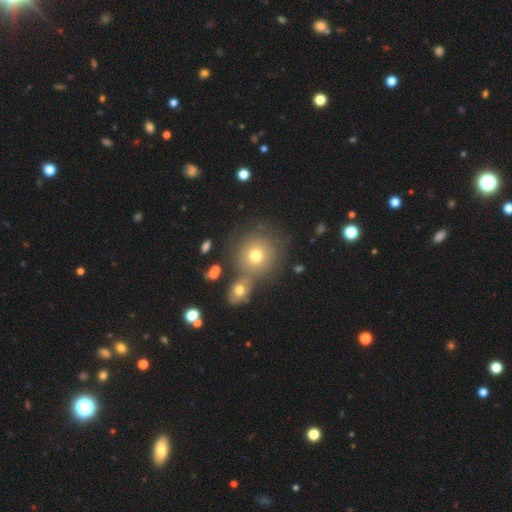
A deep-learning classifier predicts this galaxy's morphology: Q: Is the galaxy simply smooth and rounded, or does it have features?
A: smooth — 68%.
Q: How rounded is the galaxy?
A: round — 90%.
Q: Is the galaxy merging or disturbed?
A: none — 60%.